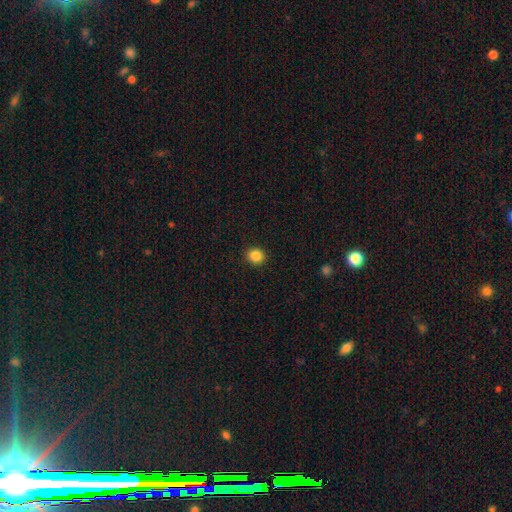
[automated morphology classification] smooth 86%, star or artifact 10%, featured or disk 3%. Down the decision tree: how rounded — round (80%); merging — none (92%).